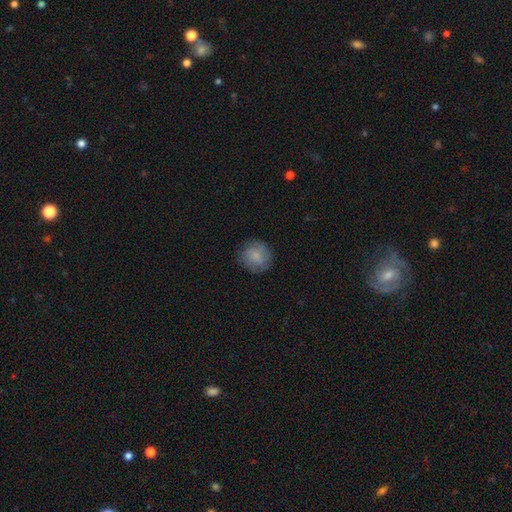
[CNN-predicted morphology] Q: Smooth or featured?
A: smooth (79%); runner-up: featured or disk (14%)
Q: How rounded?
A: round (91%); runner-up: in between (8%)
Q: Merging?
A: none (81%); runner-up: minor disturbance (14%)